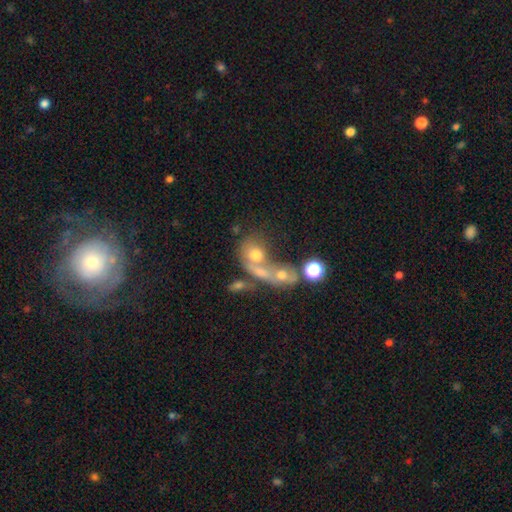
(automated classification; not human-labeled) Smooth or featured? Predicted: smooth (p=0.51). How rounded? Predicted: round (p=0.53). Merging? Predicted: merger (p=0.58).